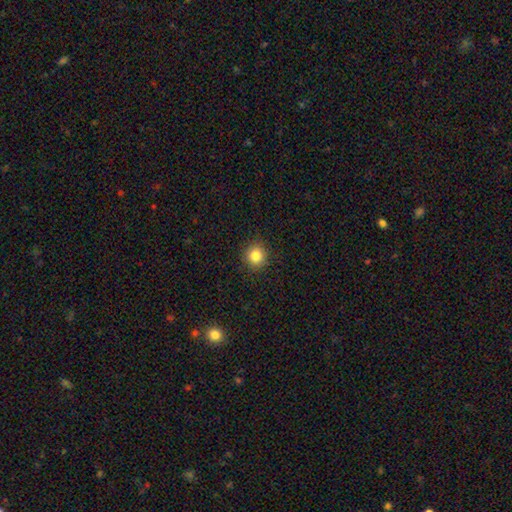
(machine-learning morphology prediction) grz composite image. It shows a smooth galaxy with no disk features (84%) that is round (91%). Merging: none (91%).